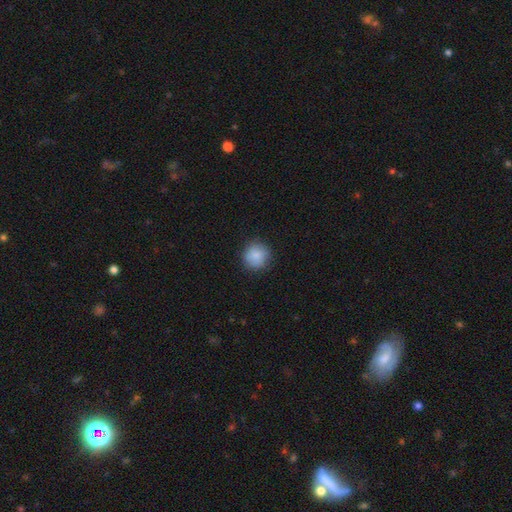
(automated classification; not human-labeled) A smooth galaxy with no disk features (86%) that is round (93%).

Vote fractions:
- Smooth or featured? smooth: 86% / star or artifact: 8% / featured or disk: 6%
- How rounded? round: 93% / in between: 6% / cigar-shaped: 1%
- Merging? none: 87% / minor disturbance: 10% / major disturbance: 2% / merger: 1%